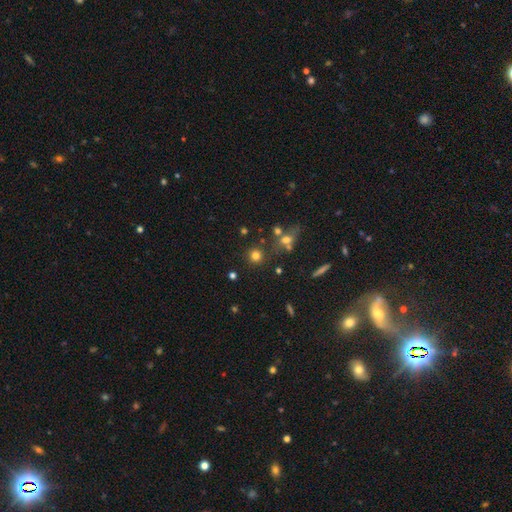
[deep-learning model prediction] smooth-or-featured: smooth: 74% | star or artifact: 18% | featured or disk: 9%
  how-rounded: round: 91% | in between: 8% | cigar-shaped: 1%
  merging: none: 78% | merger: 10% | minor disturbance: 8% | major disturbance: 4%